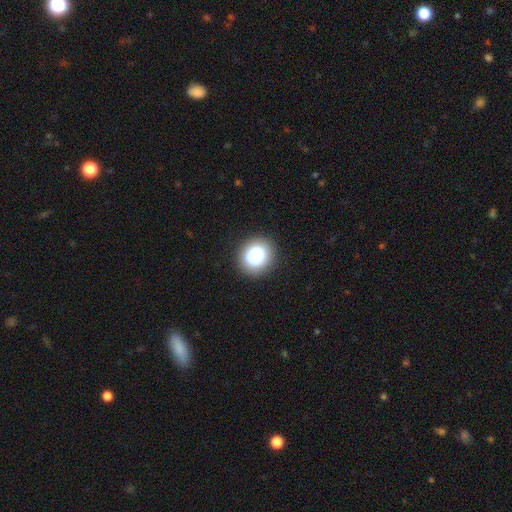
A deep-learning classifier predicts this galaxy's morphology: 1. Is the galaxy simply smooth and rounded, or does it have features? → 85% smooth, 10% star or artifact, 6% featured or disk.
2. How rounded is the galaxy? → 83% round, 16% in between, 1% cigar-shaped.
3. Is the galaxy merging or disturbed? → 87% none, 9% minor disturbance, 3% major disturbance, 2% merger.